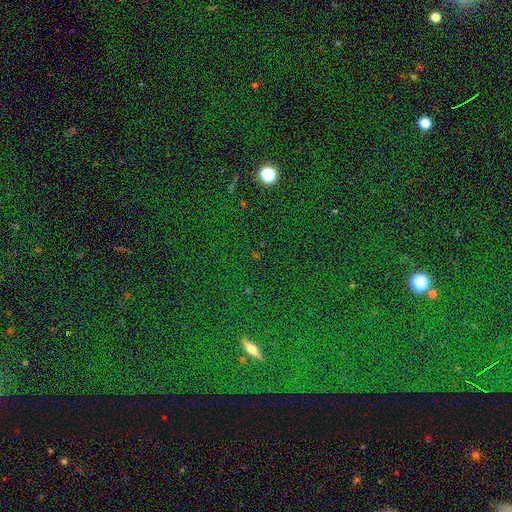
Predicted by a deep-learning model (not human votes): Smooth or featured? star or artifact (63%)